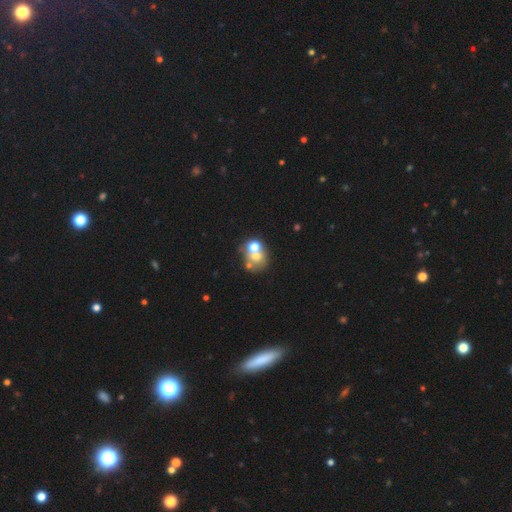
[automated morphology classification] Overall: smooth (55%; featured or disk 29%). How rounded: round (68%; in between 31%). Merging: merger (49%; none 35%).